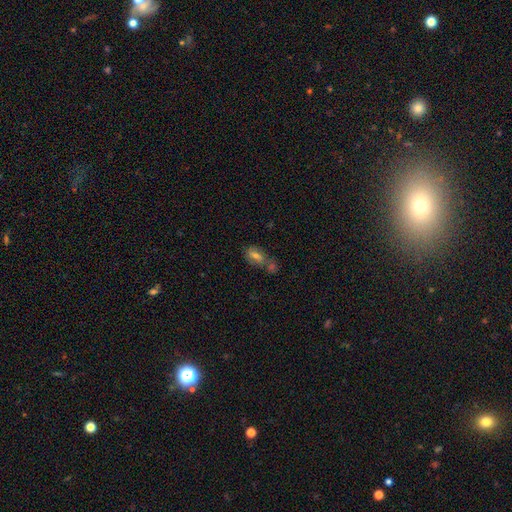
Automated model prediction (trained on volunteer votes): smooth_or_featured: smooth (p=0.53) [alt: featured or disk p=0.29]
how_rounded: in between (p=0.80) [alt: cigar-shaped p=0.10]
merging: none (p=0.44) [alt: merger p=0.36]